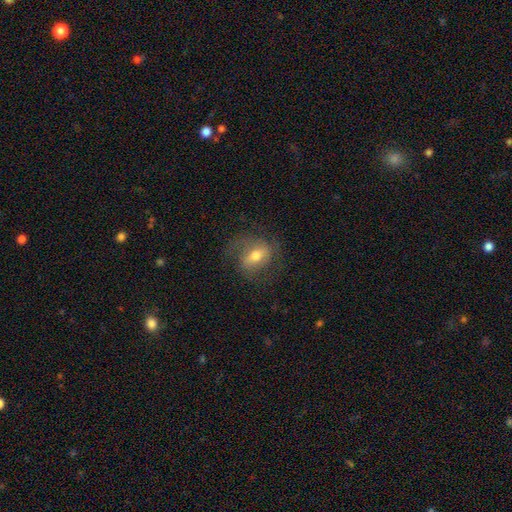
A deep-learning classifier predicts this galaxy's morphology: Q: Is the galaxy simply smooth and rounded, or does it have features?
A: featured or disk — 48%.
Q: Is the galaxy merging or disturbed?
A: none — 61%.